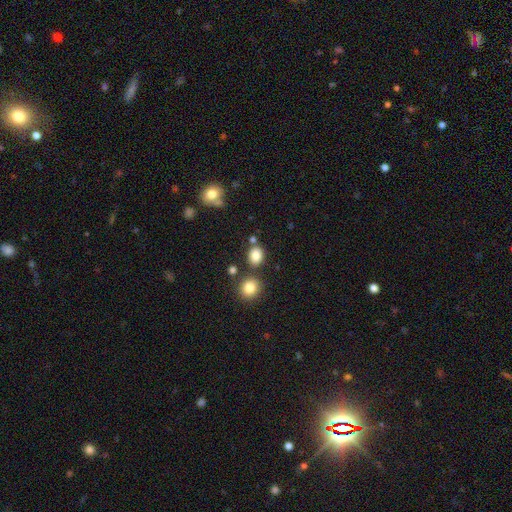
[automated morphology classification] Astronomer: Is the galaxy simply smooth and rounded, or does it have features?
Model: smooth — 83%.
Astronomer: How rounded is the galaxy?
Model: round — 54% (runner-up: in between, 45%).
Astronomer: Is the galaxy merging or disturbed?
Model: none — 76%.